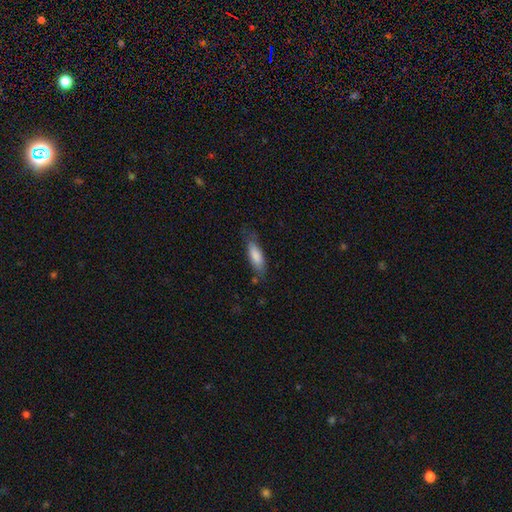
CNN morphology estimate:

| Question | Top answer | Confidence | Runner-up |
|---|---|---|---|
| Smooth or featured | smooth | 82% | featured or disk (13%) |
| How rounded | in between | 60% | cigar-shaped (39%) |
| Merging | none | 64% | minor disturbance (26%) |